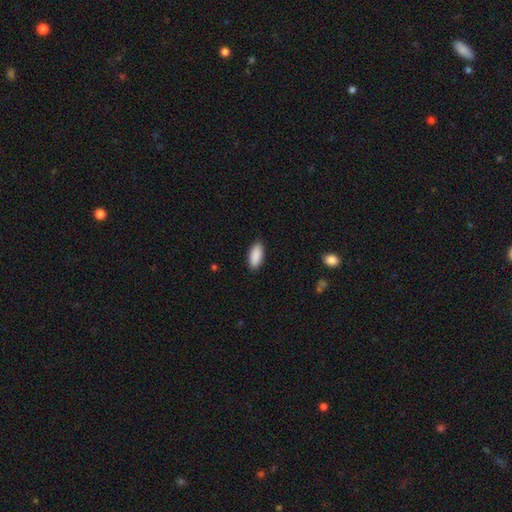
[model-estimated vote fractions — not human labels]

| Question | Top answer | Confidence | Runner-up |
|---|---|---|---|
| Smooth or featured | smooth | 91% | star or artifact (6%) |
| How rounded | in between | 88% | cigar-shaped (11%) |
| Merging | none | 88% | minor disturbance (9%) |